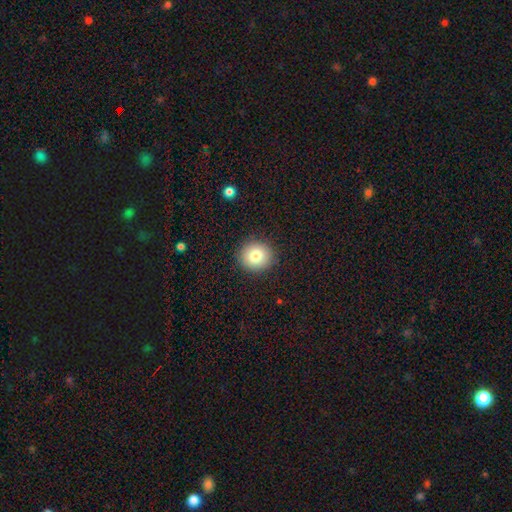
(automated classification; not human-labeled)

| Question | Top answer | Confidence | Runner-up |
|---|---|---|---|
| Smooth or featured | smooth | 80% | star or artifact (10%) |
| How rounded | round | 90% | in between (9%) |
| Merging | none | 91% | minor disturbance (6%) |